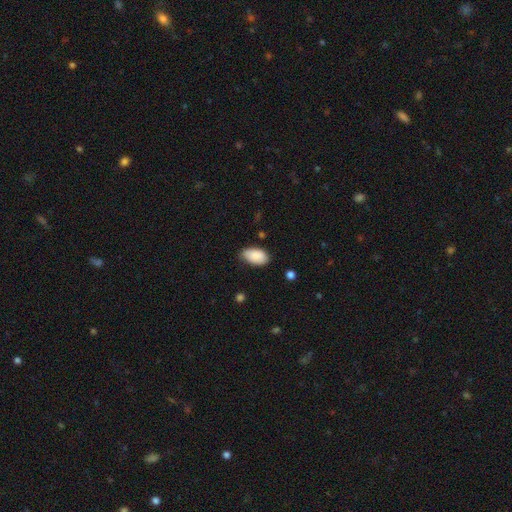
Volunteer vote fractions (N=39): smooth_or_featured: smooth (p=0.90) [alt: star or artifact p=0.10]
how_rounded: in between (p=0.91) [alt: round p=0.09]
merging: none (p=0.80) [alt: minor disturbance p=0.20]